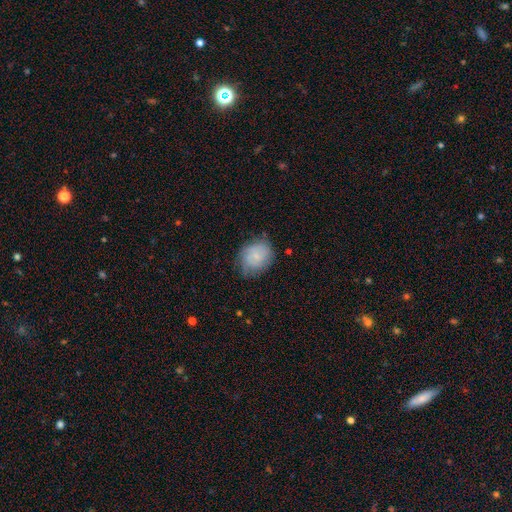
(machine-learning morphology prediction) smooth 67%, featured or disk 24%, star or artifact 8%. Down the decision tree: how rounded — round (58%); merging — none (65%).